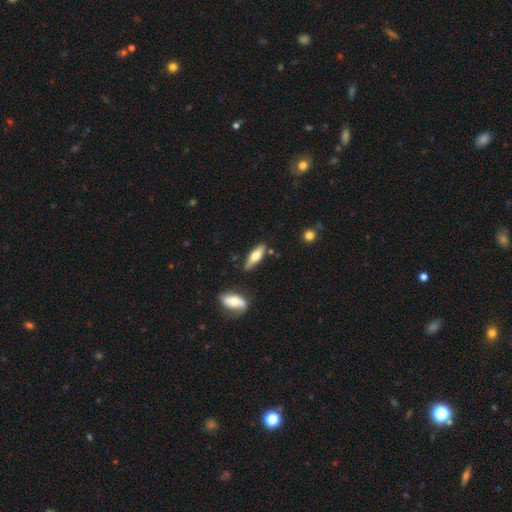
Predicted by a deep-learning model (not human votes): smooth 56%, featured or disk 38%, star or artifact 6%. Down the decision tree: how rounded — cigar-shaped (50%); merging — none (77%).